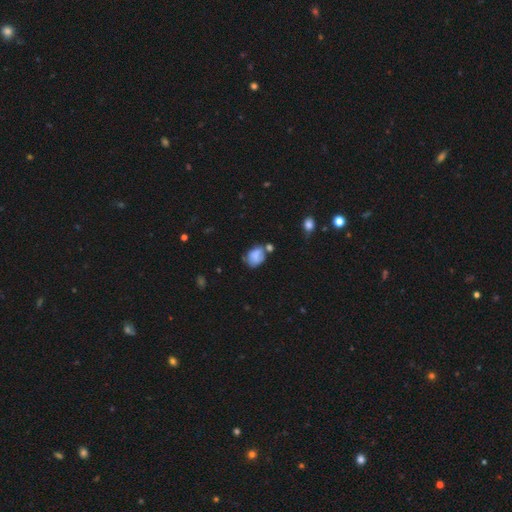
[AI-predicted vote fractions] smooth 68%, featured or disk 22%, star or artifact 10%. Down the decision tree: how rounded — in between (61%); merging — none (38%).